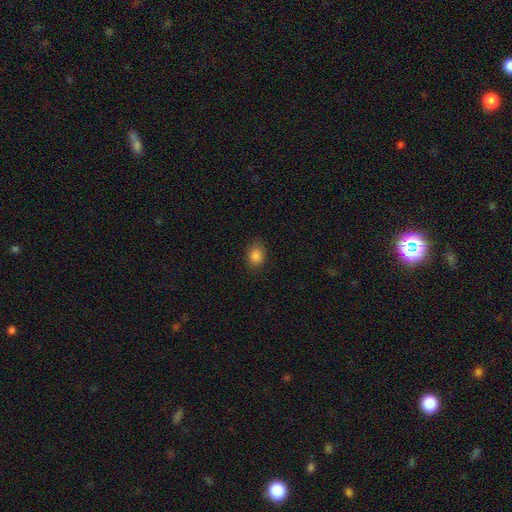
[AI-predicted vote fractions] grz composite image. It shows a smooth galaxy with no disk features (85%) that is in between round and cigar-shaped (68%). Merging: none (83%).